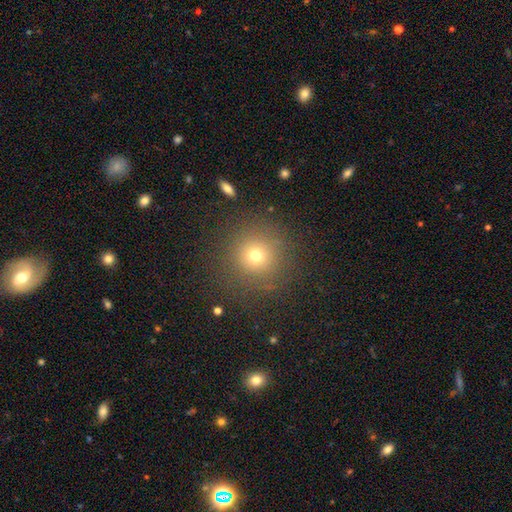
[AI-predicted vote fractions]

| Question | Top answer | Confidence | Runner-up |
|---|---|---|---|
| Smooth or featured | smooth | 70% | star or artifact (19%) |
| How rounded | round | 94% | in between (5%) |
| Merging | none | 86% | minor disturbance (8%) |